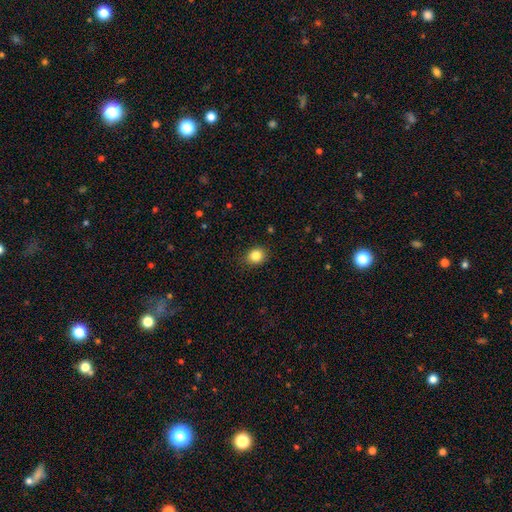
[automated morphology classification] Q: Smooth or featured?
A: smooth (85%); runner-up: star or artifact (10%)
Q: How rounded?
A: round (67%); runner-up: in between (32%)
Q: Merging?
A: none (88%); runner-up: minor disturbance (9%)